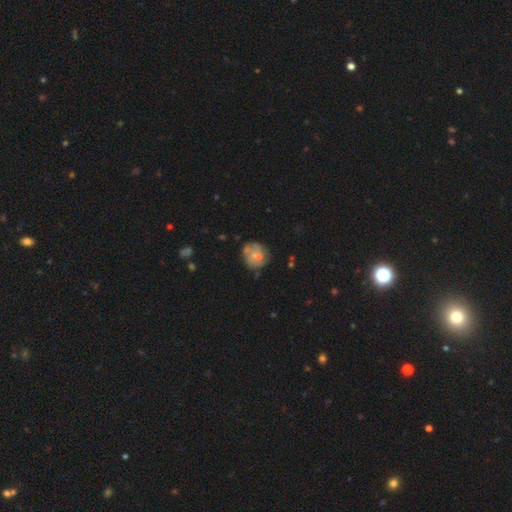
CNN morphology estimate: Smooth or featured? smooth (47%)
Merging? none (55%)